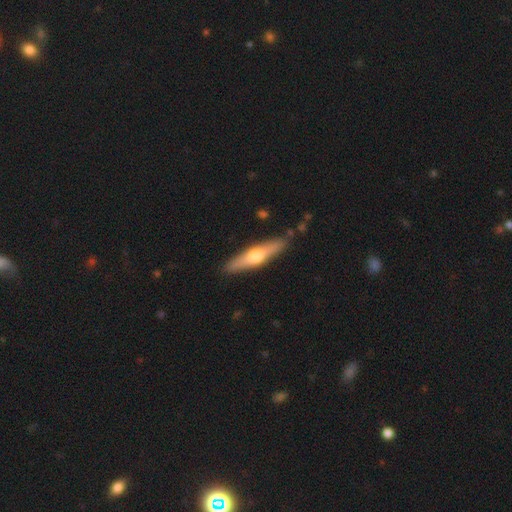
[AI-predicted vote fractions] smooth_or_featured: featured or disk (p=0.54) [alt: smooth p=0.41]
disk_edge_on: yes (p=0.93) [alt: no p=0.07]
edge_on_bulge: rounded (p=0.92) [alt: boxy p=0.04]
merging: none (p=0.87) [alt: minor disturbance p=0.09]